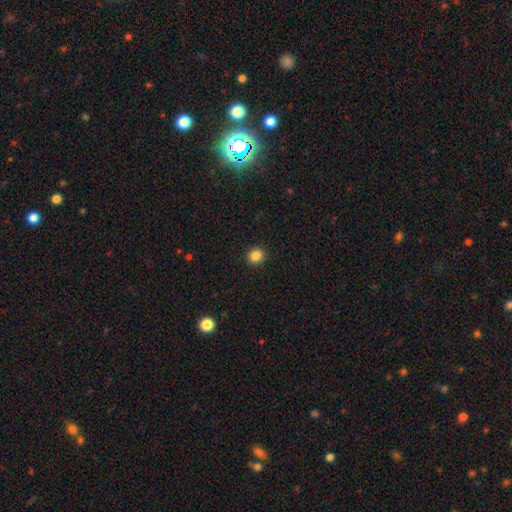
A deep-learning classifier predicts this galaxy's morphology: Q: Smooth or featured?
A: smooth (85%); runner-up: star or artifact (11%)
Q: How rounded?
A: round (89%); runner-up: in between (10%)
Q: Merging?
A: none (92%); runner-up: minor disturbance (5%)